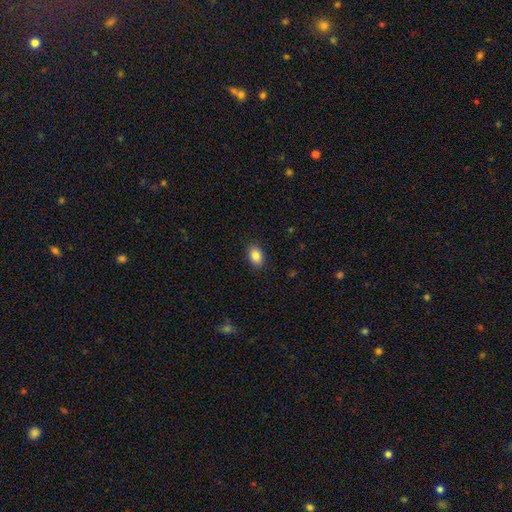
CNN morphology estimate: Smooth or featured? smooth (86%)
How rounded? in between (83%)
Merging? none (89%)